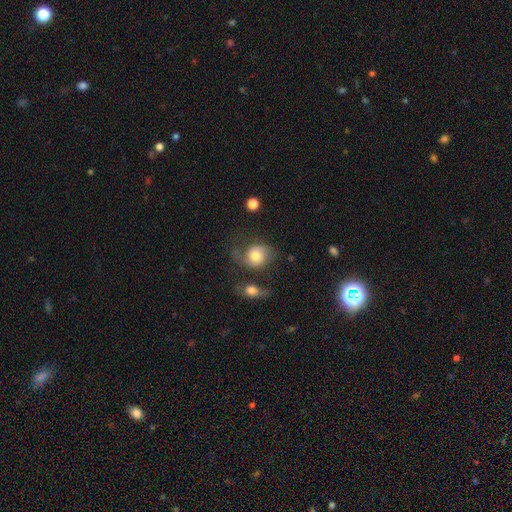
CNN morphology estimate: Overall: smooth (57%; featured or disk 34%). How rounded: round (57%; in between 41%). Merging: none (35%; major disturbance 26%).